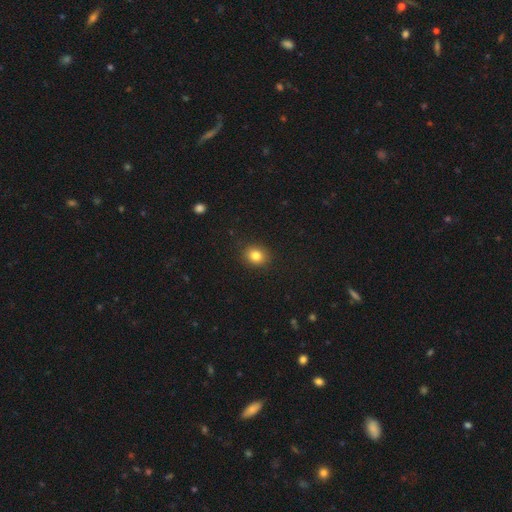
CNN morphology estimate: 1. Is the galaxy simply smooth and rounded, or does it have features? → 82% smooth, 11% star or artifact, 6% featured or disk.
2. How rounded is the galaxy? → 66% round, 33% in between, 1% cigar-shaped.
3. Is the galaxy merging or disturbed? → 90% none, 7% minor disturbance, 2% major disturbance, 1% merger.